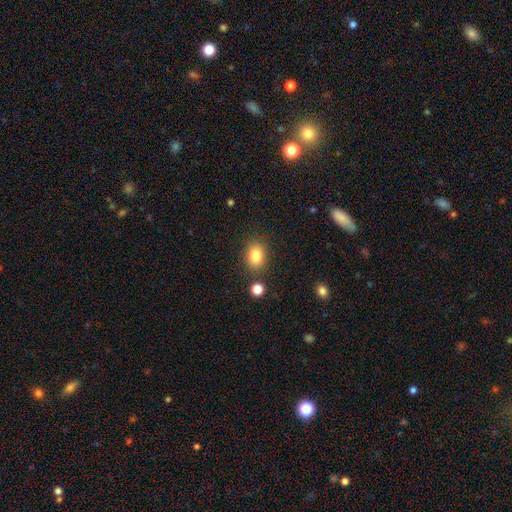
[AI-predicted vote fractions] Smooth or featured? Predicted: smooth (p=0.83). How rounded? Predicted: in between (p=0.56). Merging? Predicted: none (p=0.83).